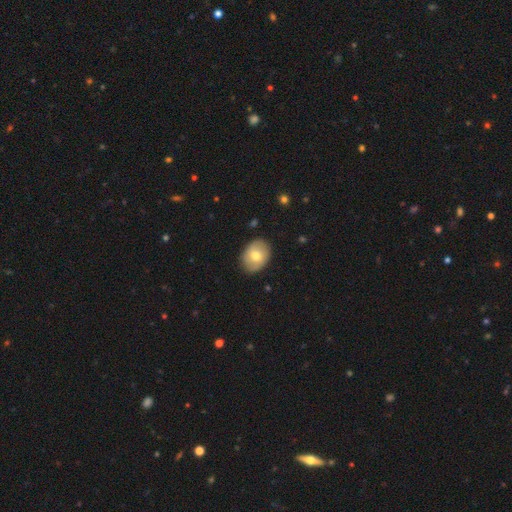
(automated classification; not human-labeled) Smooth or featured? smooth (67%)
How rounded? in between (67%)
Merging? none (86%)